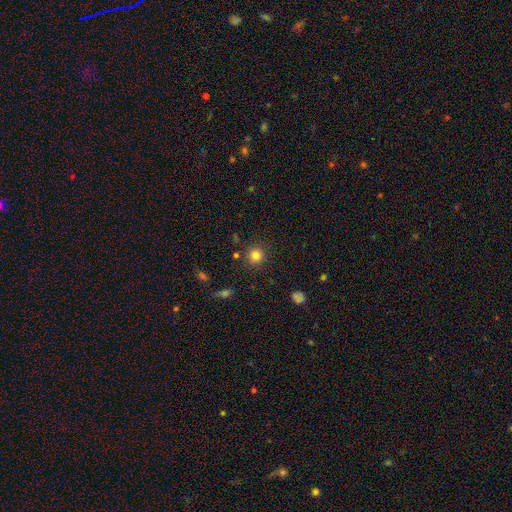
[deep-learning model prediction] Smooth or featured: smooth — 81% (star or artifact — 13%)
How rounded: round — 93% (in between — 6%)
Merging: none — 88% (minor disturbance — 7%)